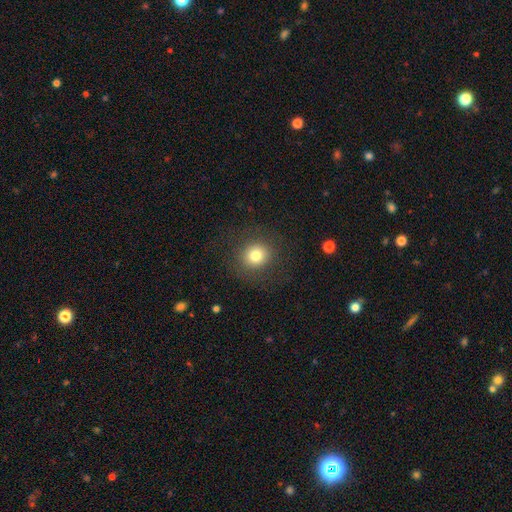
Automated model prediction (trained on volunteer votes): smooth_or_featured: smooth (p=0.79) [alt: star or artifact p=0.12]
how_rounded: round (p=0.87) [alt: in between p=0.13]
merging: none (p=0.87) [alt: minor disturbance p=0.08]